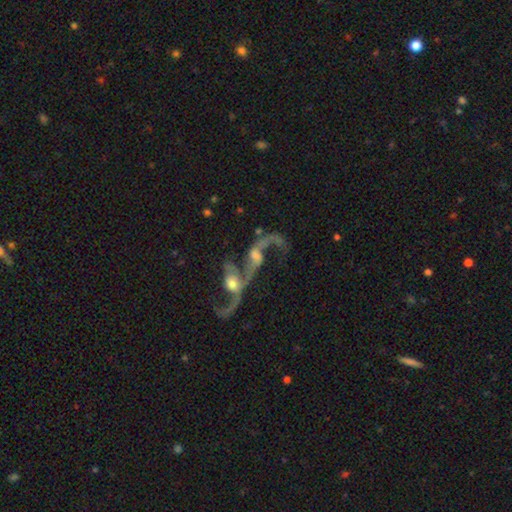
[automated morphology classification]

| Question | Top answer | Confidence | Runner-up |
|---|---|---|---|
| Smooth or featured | featured or disk | 77% | smooth (12%) |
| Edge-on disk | no | 93% | yes (7%) |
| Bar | no | 62% | weak (28%) |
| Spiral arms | yes | 81% | no (19%) |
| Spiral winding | loose | 84% | medium (13%) |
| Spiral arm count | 2 | 67% | 1 (18%) |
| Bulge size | moderate | 45% | small (29%) |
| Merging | merger | 68% | major disturbance (14%) |